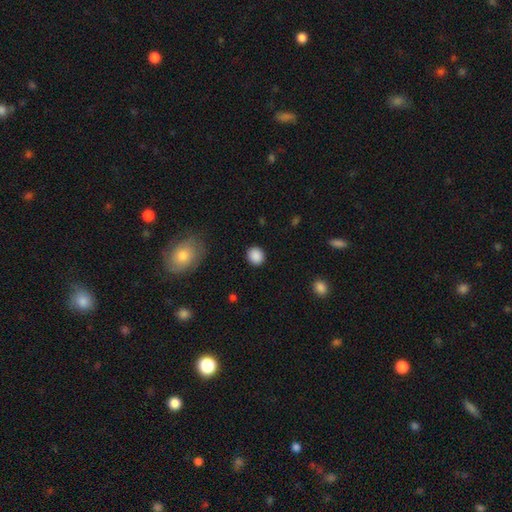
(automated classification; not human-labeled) This is clearly a smooth galaxy (89%). How rounded: likely round (80%). Merging: clearly none (89%).